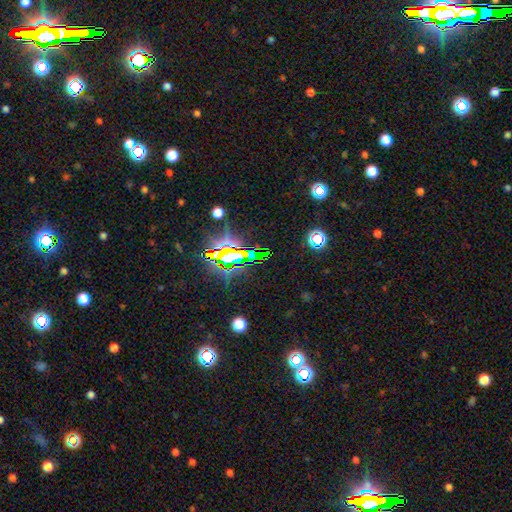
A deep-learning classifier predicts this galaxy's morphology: This is likely a star or artifact rather than a galaxy (78%).